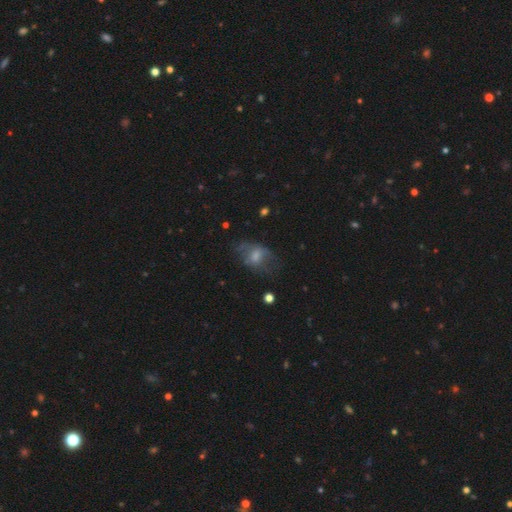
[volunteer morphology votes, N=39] Smooth or featured: smooth — 56% (featured or disk — 44%)
How rounded: in between — 73% (round — 27%)
Merging: major disturbance — 44% (none — 33%)